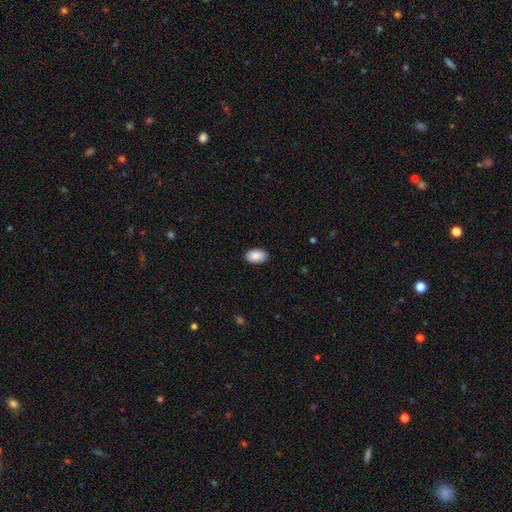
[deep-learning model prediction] Morphology: type=smooth (90%); roundness=in between (93%); merging=none (90%).